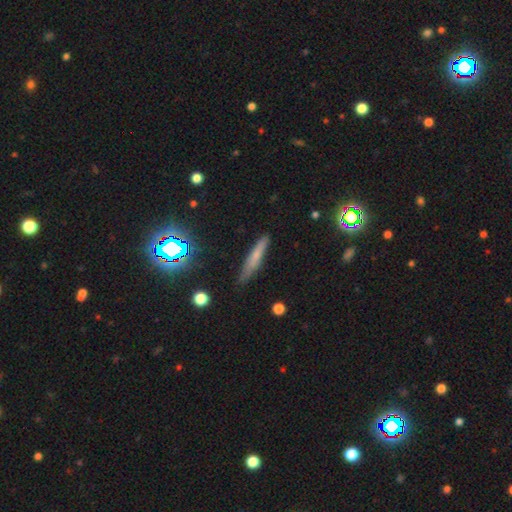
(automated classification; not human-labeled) A smooth galaxy with no disk features (59%) that is cigar-shaped (89%).

Vote fractions:
- Smooth or featured? smooth: 59% / featured or disk: 28% / star or artifact: 13%
- How rounded? cigar-shaped: 89% / in between: 8% / round: 2%
- Merging? none: 78% / minor disturbance: 16% / major disturbance: 3% / merger: 2%